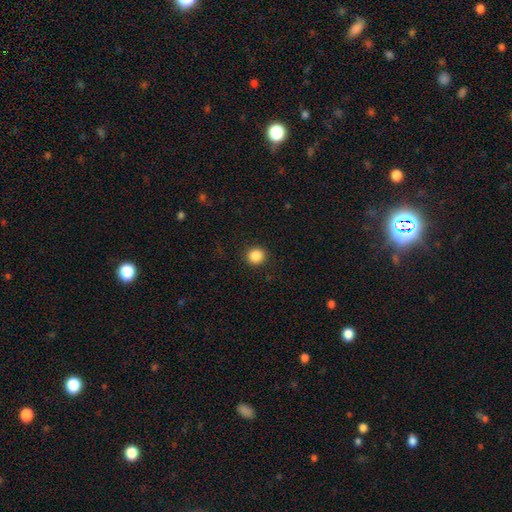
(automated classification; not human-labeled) Q: Smooth or featured?
A: smooth (87%); runner-up: star or artifact (10%)
Q: How rounded?
A: round (91%); runner-up: in between (8%)
Q: Merging?
A: none (92%); runner-up: minor disturbance (5%)